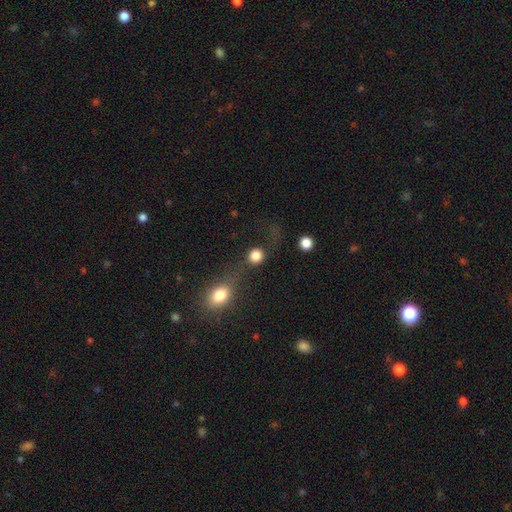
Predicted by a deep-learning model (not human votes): Morphology: type=smooth (82%); roundness=round (88%); merging=none (58%).